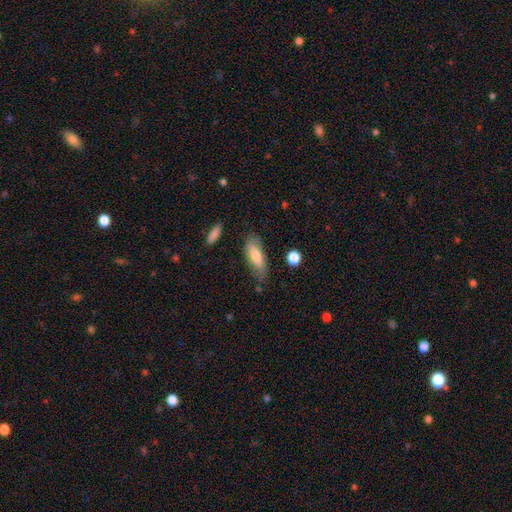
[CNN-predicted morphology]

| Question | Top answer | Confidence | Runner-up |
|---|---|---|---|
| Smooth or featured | smooth | 68% | featured or disk (25%) |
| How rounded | in between | 61% | cigar-shaped (36%) |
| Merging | none | 66% | minor disturbance (24%) |